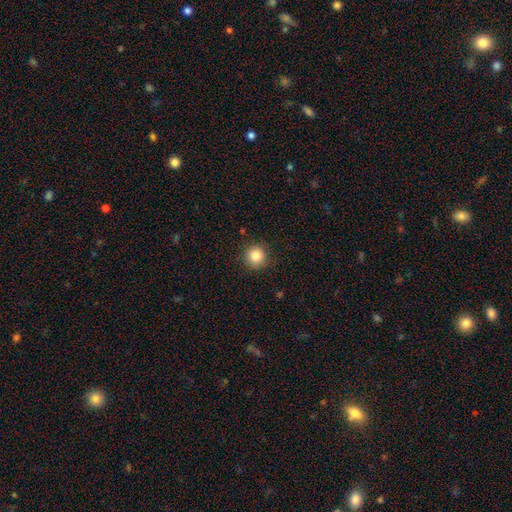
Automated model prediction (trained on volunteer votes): A smooth galaxy with no disk features (84%) that is round (94%). Merging: none (89%).